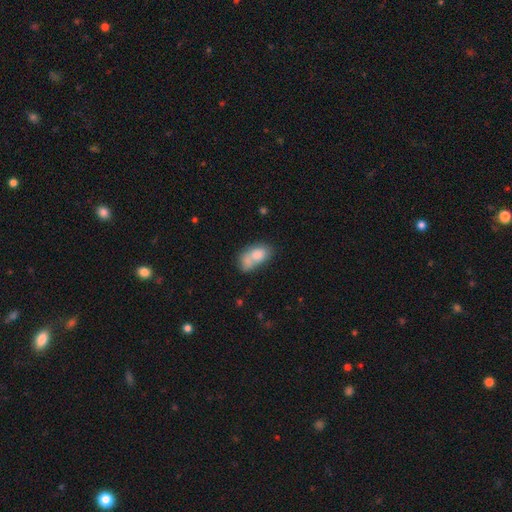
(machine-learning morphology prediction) Smooth or featured: smooth — 75% (featured or disk — 17%)
How rounded: in between — 86% (round — 11%)
Merging: merger — 51% (none — 25%)